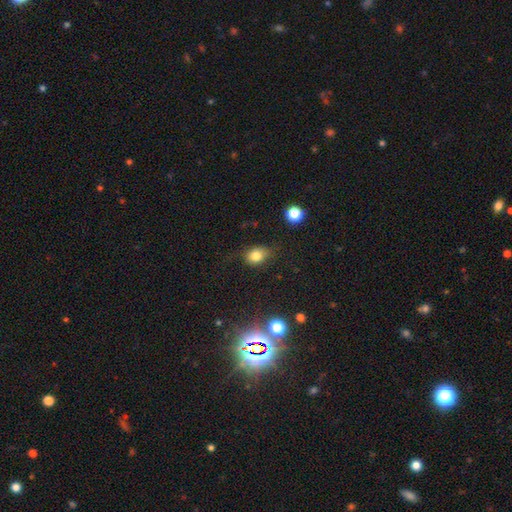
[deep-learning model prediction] smooth-or-featured: smooth: 78% | star or artifact: 13% | featured or disk: 9%
  how-rounded: in between: 58% | round: 41% | cigar-shaped: 1%
  merging: none: 69% | minor disturbance: 22% | major disturbance: 7% | merger: 2%